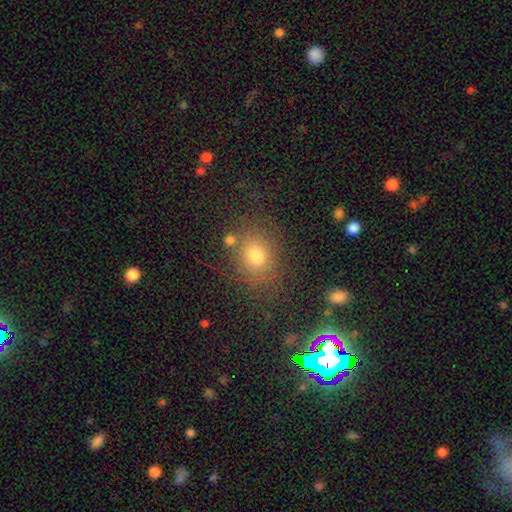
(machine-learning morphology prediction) Q: Smooth or featured?
A: smooth (74%); runner-up: star or artifact (16%)
Q: How rounded?
A: in between (50%); runner-up: round (48%)
Q: Merging?
A: none (73%); runner-up: minor disturbance (14%)